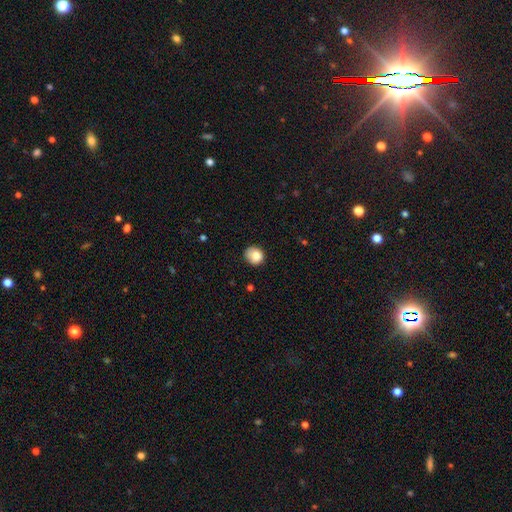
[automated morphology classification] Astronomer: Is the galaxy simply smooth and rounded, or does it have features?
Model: smooth — 85%.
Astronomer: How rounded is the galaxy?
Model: round — 77%.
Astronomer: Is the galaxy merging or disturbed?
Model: none — 68%.